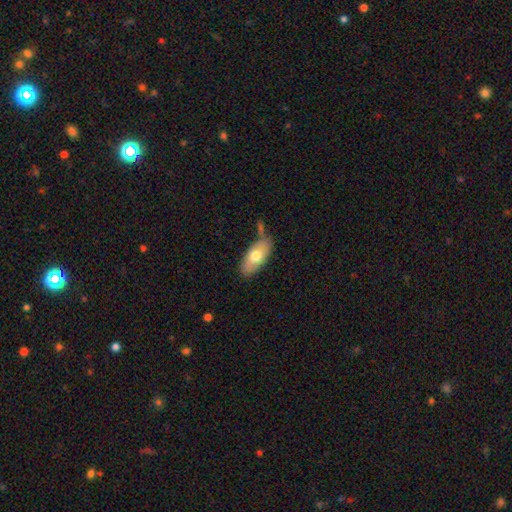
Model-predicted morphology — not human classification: A smooth galaxy with no disk features (67%) that is in between round and cigar-shaped (88%). Merging: none (67%).